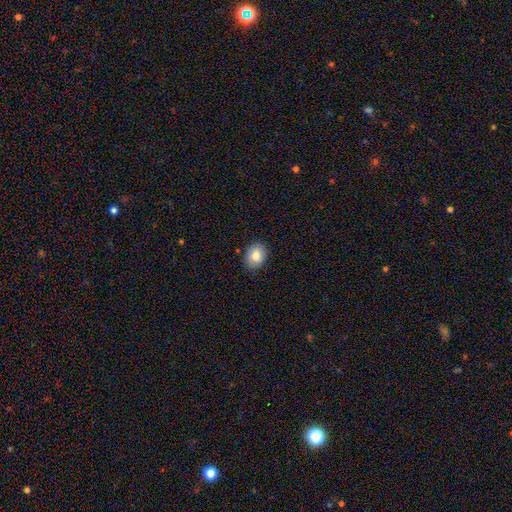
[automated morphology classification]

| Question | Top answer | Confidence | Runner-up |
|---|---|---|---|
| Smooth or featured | smooth | 83% | featured or disk (9%) |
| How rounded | in between | 68% | round (31%) |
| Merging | none | 86% | minor disturbance (11%) |